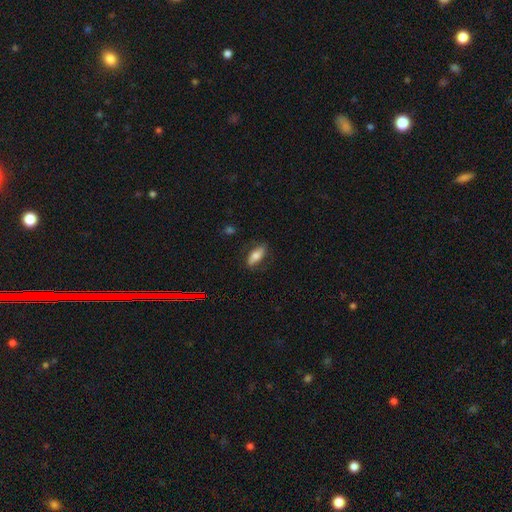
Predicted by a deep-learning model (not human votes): smooth_or_featured: smooth (p=0.68) [alt: featured or disk p=0.24]
how_rounded: in between (p=0.75) [alt: cigar-shaped p=0.22]
merging: none (p=0.77) [alt: minor disturbance p=0.17]